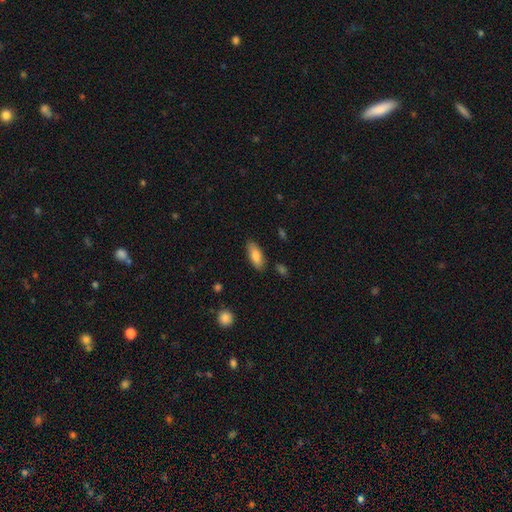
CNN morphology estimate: Overall: smooth (81%). How rounded: in between (84%). Merging: none (84%).